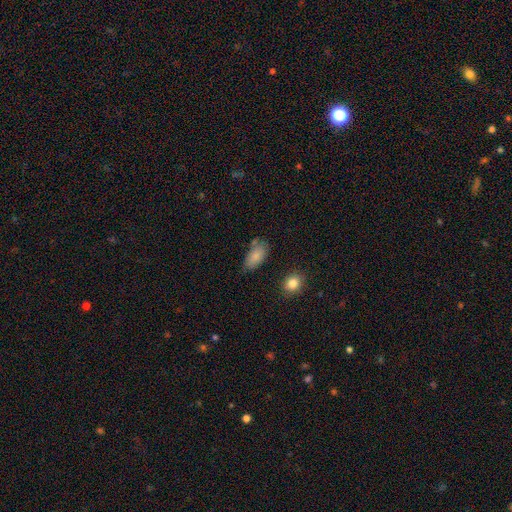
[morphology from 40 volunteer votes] This appears to be a smooth galaxy with no disk features (85%) that is in between round and cigar-shaped (97%). Merging: none (47%).